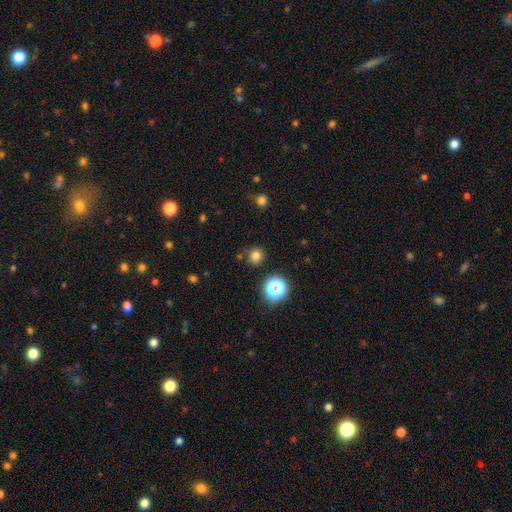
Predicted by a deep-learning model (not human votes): Smooth or featured?
  - smooth: 76% *
  - star or artifact: 19%
  - featured or disk: 5%
How rounded?
  - round: 91% *
  - in between: 8%
  - cigar-shaped: 1%
Merging?
  - none: 87% *
  - minor disturbance: 7%
  - merger: 3%
  - major disturbance: 2%